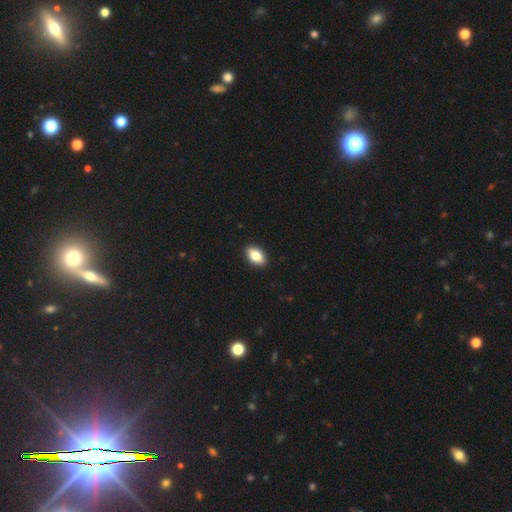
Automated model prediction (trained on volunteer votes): smooth 84%, featured or disk 9%, star or artifact 7%. Down the decision tree: how rounded — in between (91%); merging — none (91%).